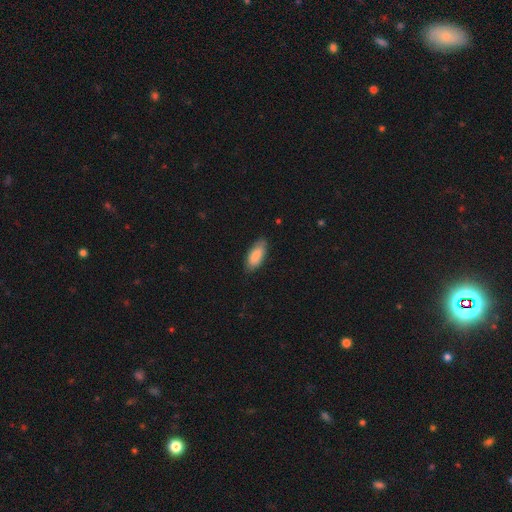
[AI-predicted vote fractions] This is clearly a smooth galaxy (86%). How rounded: clearly in between (83%). Merging: clearly none (81%).